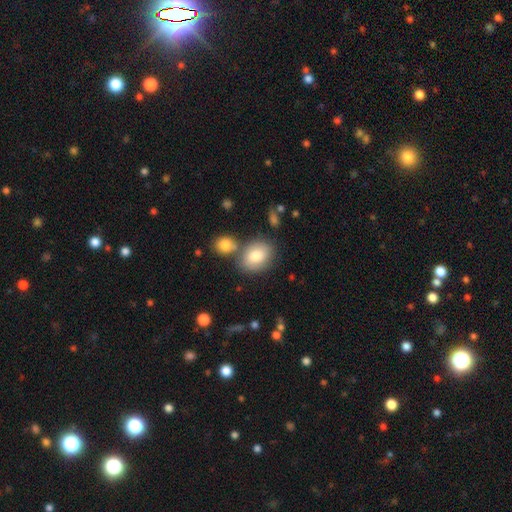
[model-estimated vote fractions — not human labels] The model was most divided on "how rounded": in between: 55%, round: 44%, cigar-shaped: 1%. More confident: smooth or featured — smooth (79%); merging — none (65%).